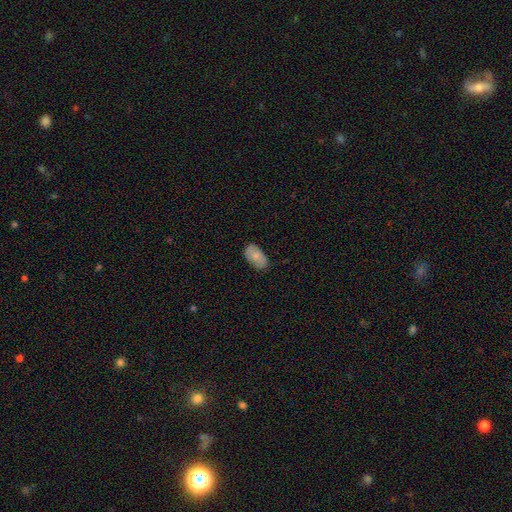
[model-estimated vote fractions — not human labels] Q: Smooth or featured?
A: smooth (72%); runner-up: featured or disk (21%)
Q: How rounded?
A: in between (92%); runner-up: round (6%)
Q: Merging?
A: none (76%); runner-up: minor disturbance (19%)